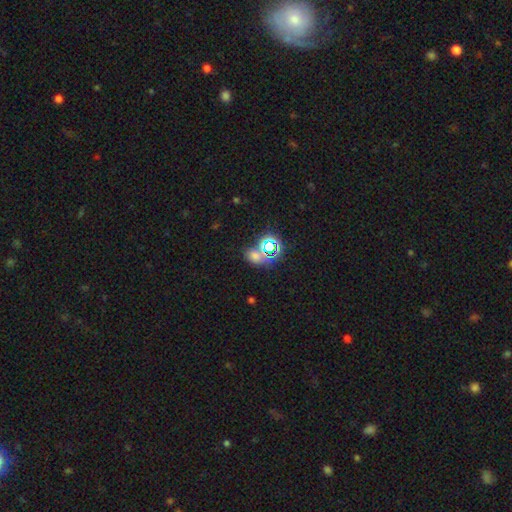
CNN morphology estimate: Smooth or featured? Predicted: smooth (p=0.49). Merging? Predicted: none (p=0.60).